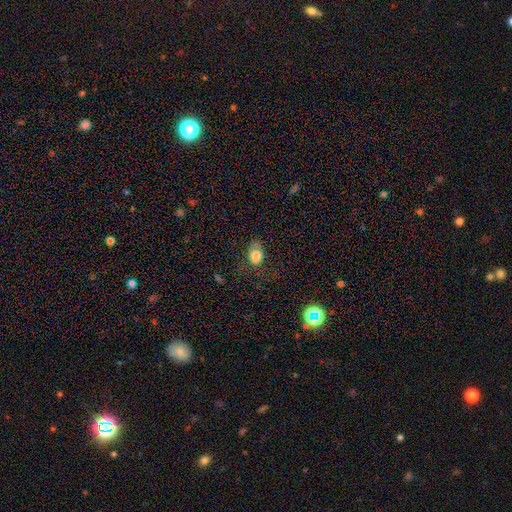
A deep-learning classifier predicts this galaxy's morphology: Smooth or featured: smooth — 78% (star or artifact — 12%)
How rounded: in between — 68% (round — 30%)
Merging: none — 44% (minor disturbance — 28%)